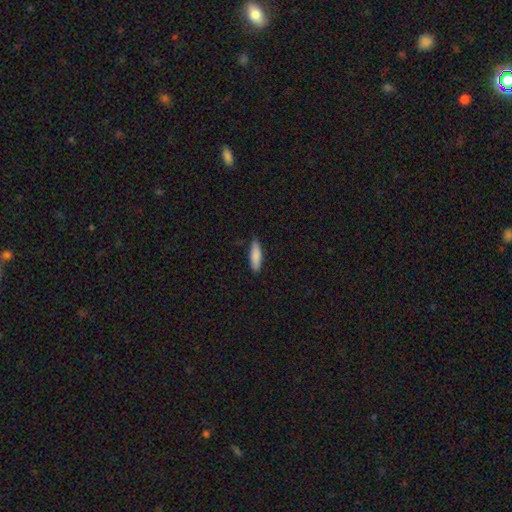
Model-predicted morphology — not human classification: This appears to be a smooth galaxy with no disk features (86%) that is cigar-shaped (59%). Merging: none (82%).